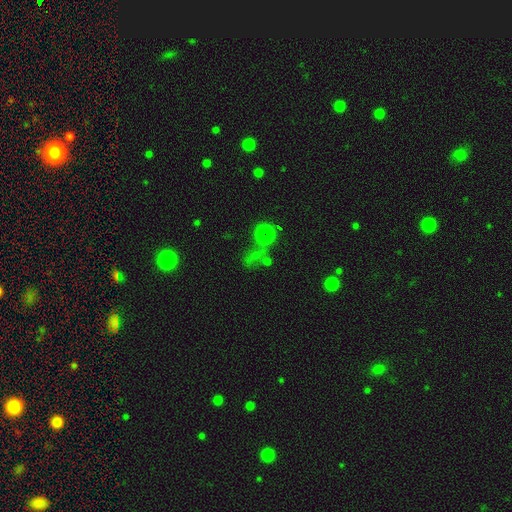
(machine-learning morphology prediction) smooth_or_featured: star or artifact (p=0.48) [alt: smooth p=0.39]